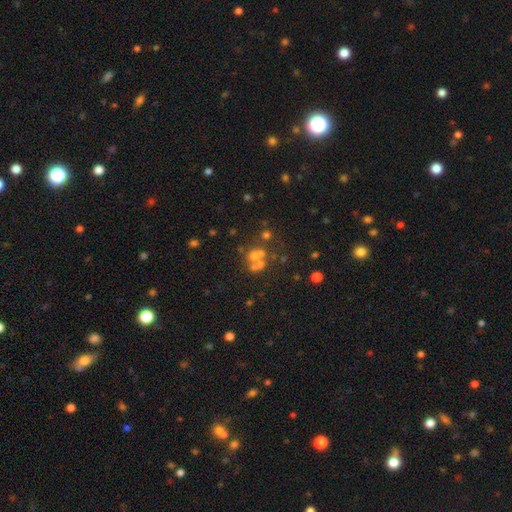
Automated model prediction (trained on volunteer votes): smooth-or-featured: smooth: 44% | featured or disk: 32% | star or artifact: 24%
  merging: merger: 44% | none: 38% | minor disturbance: 9% | major disturbance: 9%